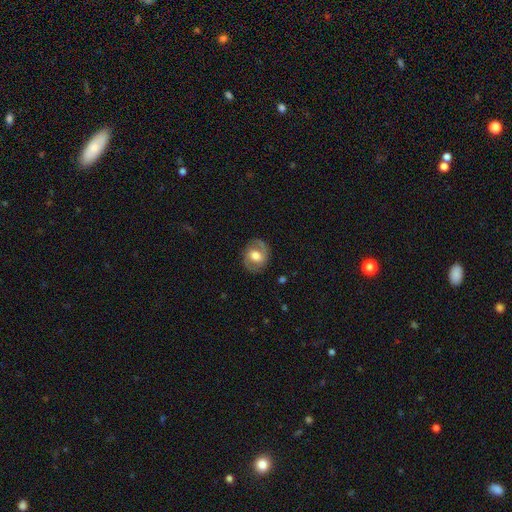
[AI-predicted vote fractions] smooth_or_featured: featured or disk (p=0.64) [alt: smooth p=0.29]
disk_edge_on: no (p=0.97) [alt: yes p=0.03]
bar: no (p=0.47) [alt: weak p=0.40]
has_spiral_arms: yes (p=0.78) [alt: no p=0.22]
bulge_size: moderate (p=0.56) [alt: large p=0.32]
merging: none (p=0.82) [alt: minor disturbance p=0.12]